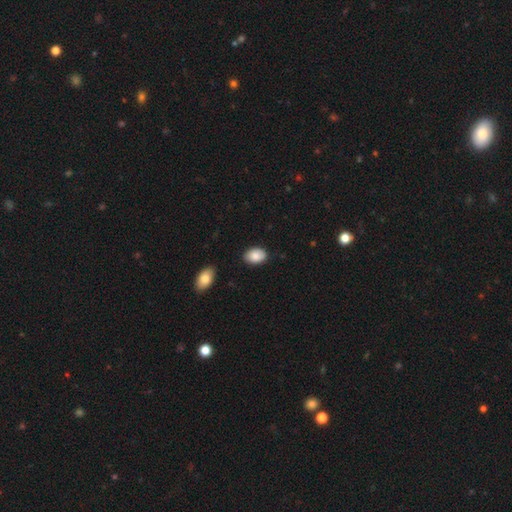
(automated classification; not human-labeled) Smooth or featured?
  - smooth: 87% *
  - featured or disk: 7%
  - star or artifact: 7%
How rounded?
  - in between: 86% *
  - round: 13%
  - cigar-shaped: 1%
Merging?
  - none: 84% *
  - minor disturbance: 12%
  - major disturbance: 2%
  - merger: 2%